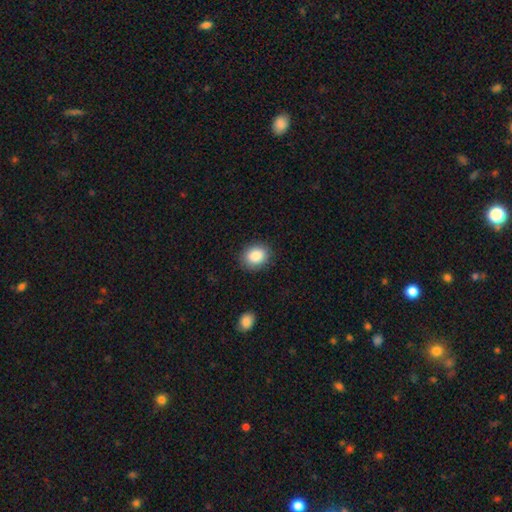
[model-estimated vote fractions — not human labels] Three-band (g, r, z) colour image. It shows a smooth galaxy with no disk features (87%) that is round (57%). Merging: none (87%).